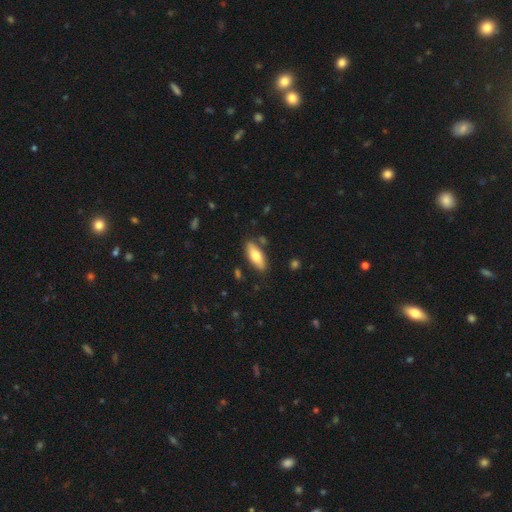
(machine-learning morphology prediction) smooth_or_featured: smooth (p=0.71) [alt: featured or disk p=0.23]
how_rounded: in between (p=0.67) [alt: cigar-shaped p=0.31]
merging: none (p=0.82) [alt: minor disturbance p=0.12]